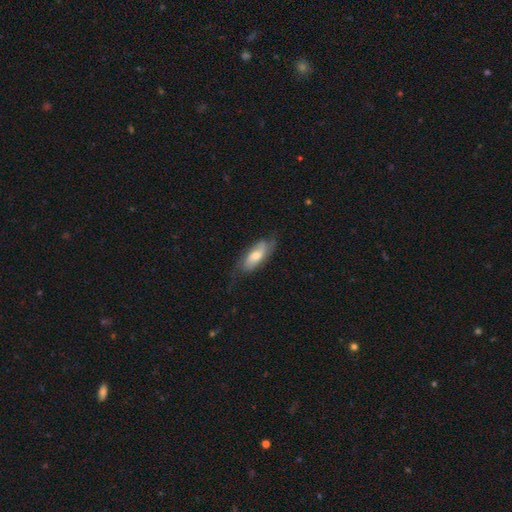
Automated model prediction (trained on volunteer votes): Q: Smooth or featured?
A: smooth (51%); runner-up: featured or disk (43%)
Q: How rounded?
A: in between (72%); runner-up: cigar-shaped (25%)
Q: Merging?
A: none (62%); runner-up: minor disturbance (26%)